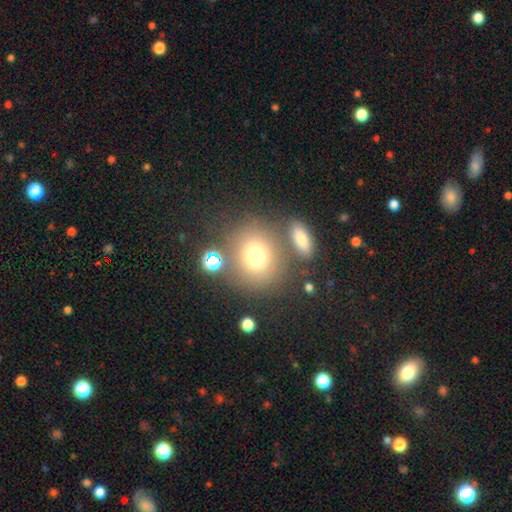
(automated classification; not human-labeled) Overall: smooth (72%). How rounded: round (78%). Merging: none (68%).